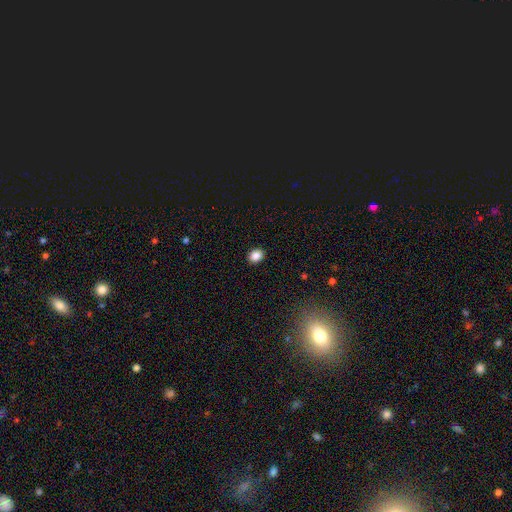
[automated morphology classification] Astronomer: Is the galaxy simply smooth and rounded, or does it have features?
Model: smooth — 87%.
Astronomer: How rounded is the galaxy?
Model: in between — 51% (runner-up: round, 48%).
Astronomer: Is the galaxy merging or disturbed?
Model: none — 91%.